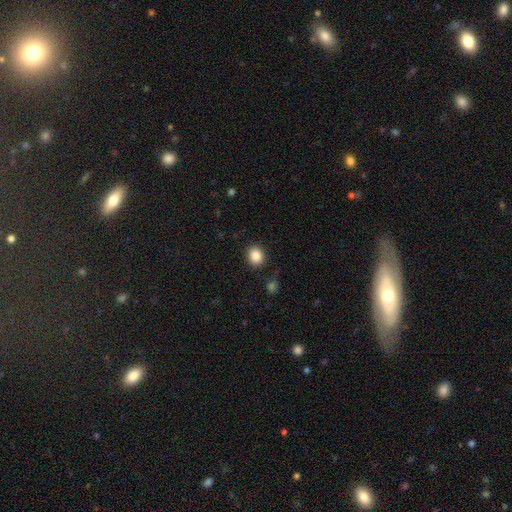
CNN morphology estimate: Overall: smooth (86%). How rounded: round (65%; in between 34%). Merging: none (87%).